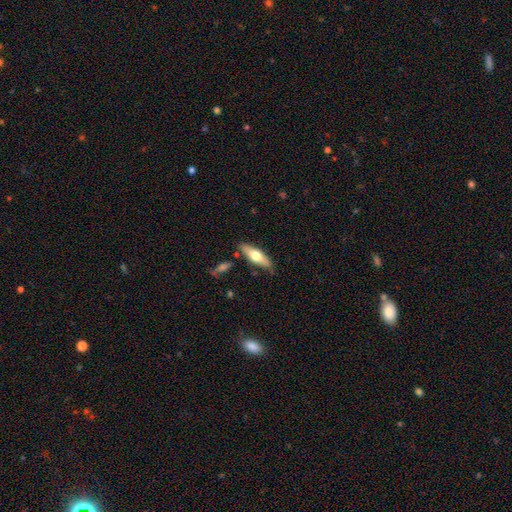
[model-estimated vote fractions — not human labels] Q: Smooth or featured?
A: smooth (57%); runner-up: featured or disk (38%)
Q: How rounded?
A: in between (51%); runner-up: cigar-shaped (47%)
Q: Merging?
A: none (79%); runner-up: minor disturbance (13%)